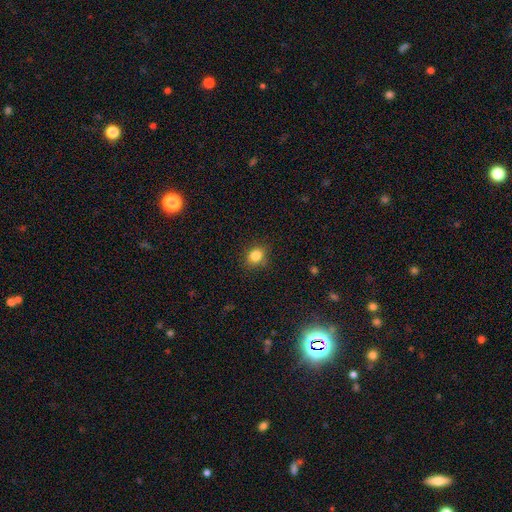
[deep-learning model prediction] Smooth or featured? smooth (84%)
How rounded? round (63%)
Merging? none (85%)